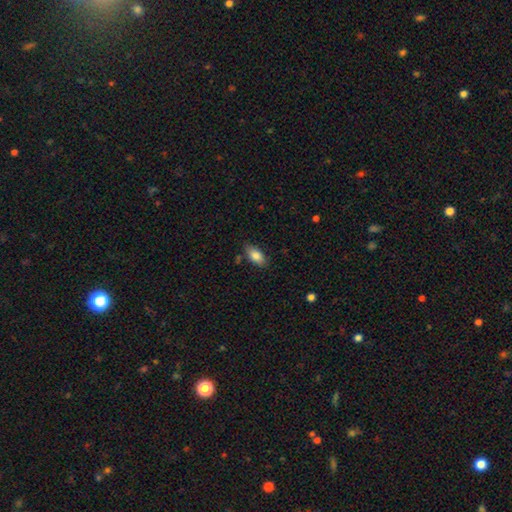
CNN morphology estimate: A smooth galaxy with no disk features (83%) that is in between round and cigar-shaped (90%). Merging: none (78%).